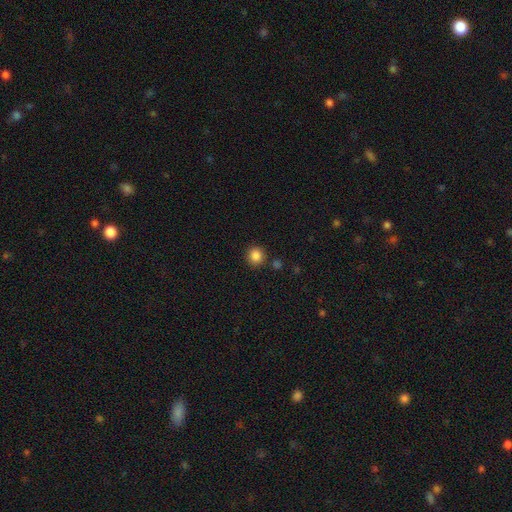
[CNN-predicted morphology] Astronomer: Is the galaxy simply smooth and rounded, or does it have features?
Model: smooth — 85%.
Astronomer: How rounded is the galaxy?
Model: round — 92%.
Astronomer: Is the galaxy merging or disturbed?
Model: none — 87%.